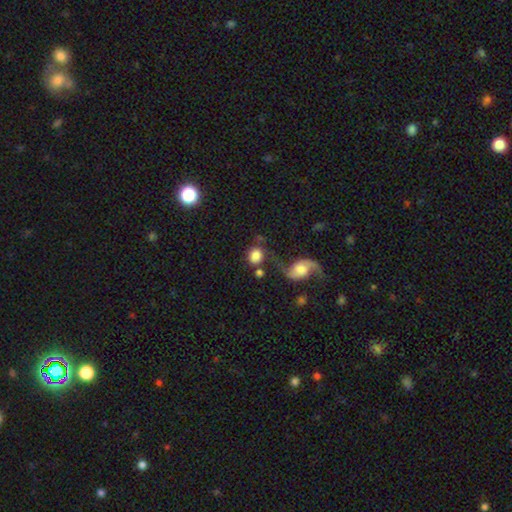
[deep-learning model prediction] smooth 75%, featured or disk 16%, star or artifact 8%. Down the decision tree: how rounded — round (75%); merging — none (54%).